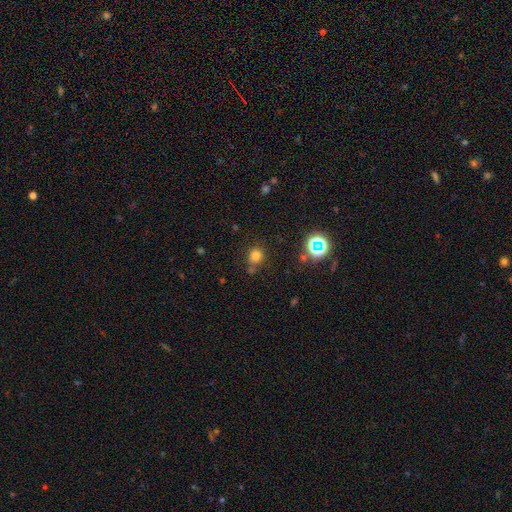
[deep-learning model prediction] smooth_or_featured: smooth (p=0.74) [alt: star or artifact p=0.20]
how_rounded: round (p=0.85) [alt: in between p=0.14]
merging: none (p=0.71) [alt: minor disturbance p=0.13]